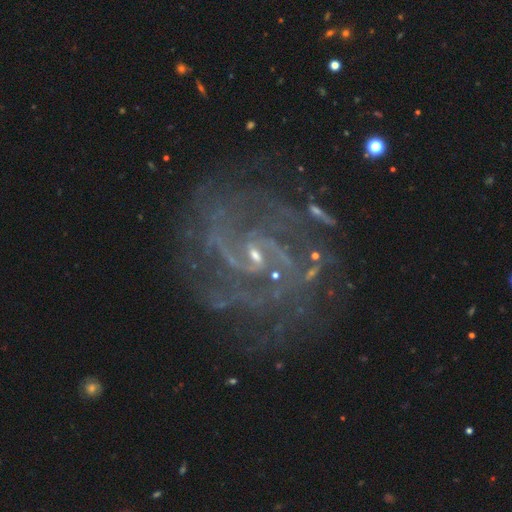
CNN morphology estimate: A featured or disk galaxy (91%) with a weak bar (53%), 2 (53%) medium (50%) spiral arms (98%) and a small central bulge (76%).

Vote fractions:
- Smooth or featured? featured or disk: 91% / star or artifact: 6% / smooth: 3%
- Edge-on disk? no: 98% / yes: 2%
- Bar? weak: 53% / no: 28% / strong: 19%
- Spiral arms? yes: 98% / no: 2%
- Spiral winding? medium: 50% / tight: 39% / loose: 11%
- Spiral arm count? 2: 53% / can't tell: 14% / 3: 13% / 4: 8% / more than 4: 6% / 1: 6%
- Bulge size? small: 76% / moderate: 18% / none: 4% / large: 1% / dominant: 1%
- Merging? none: 67% / minor disturbance: 17% / major disturbance: 12% / merger: 3%